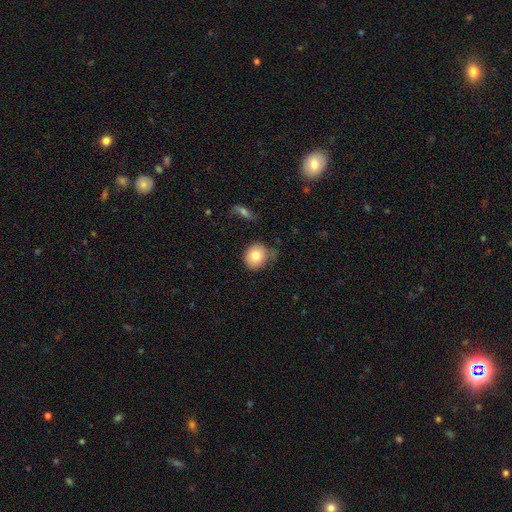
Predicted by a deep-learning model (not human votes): The model was most divided on "merging": none: 61%, minor disturbance: 27%, major disturbance: 8%, merger: 4%. More confident: how rounded — round (82%); smooth or featured — smooth (79%).